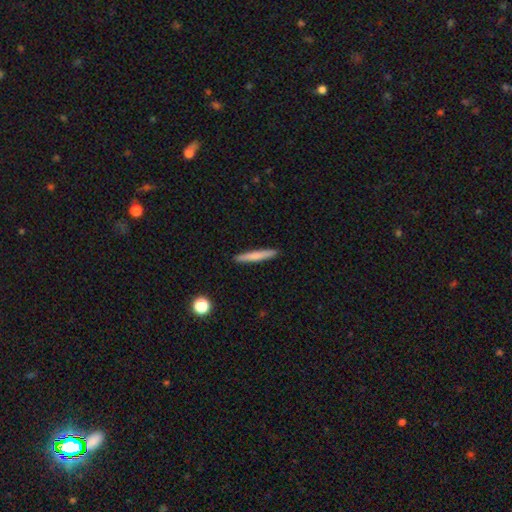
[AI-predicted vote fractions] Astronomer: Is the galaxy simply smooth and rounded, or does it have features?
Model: smooth — 72%.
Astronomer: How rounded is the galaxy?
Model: cigar-shaped — 95%.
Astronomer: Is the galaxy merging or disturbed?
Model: none — 91%.